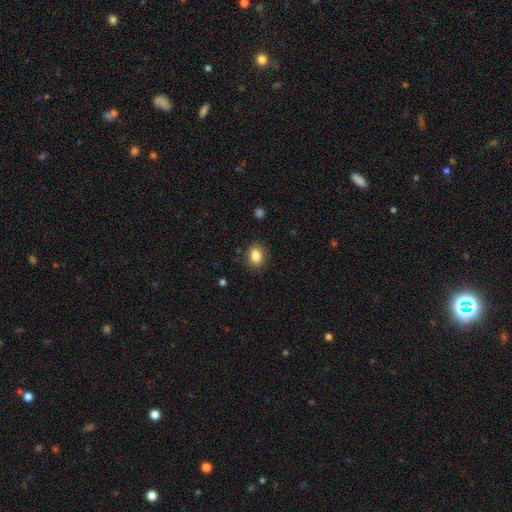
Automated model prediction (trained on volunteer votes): A smooth galaxy with no disk features (85%) that is in between round and cigar-shaped (67%).

Vote fractions:
- Smooth or featured? smooth: 85% / star or artifact: 9% / featured or disk: 6%
- How rounded? in between: 67% / round: 32% / cigar-shaped: 1%
- Merging? none: 86% / minor disturbance: 10% / major disturbance: 3% / merger: 1%